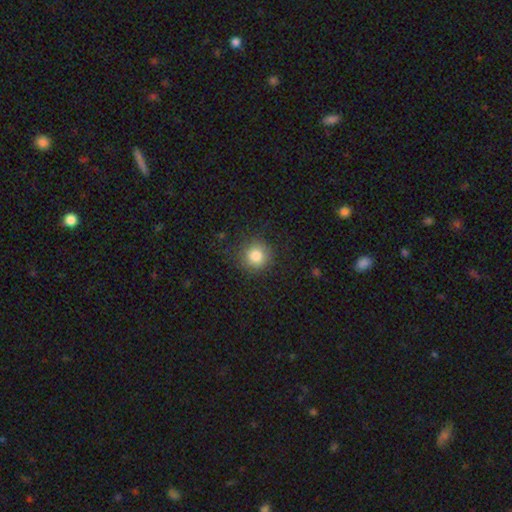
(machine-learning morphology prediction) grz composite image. It shows a smooth galaxy with no disk features (83%) that is round (92%). Merging: none (85%).